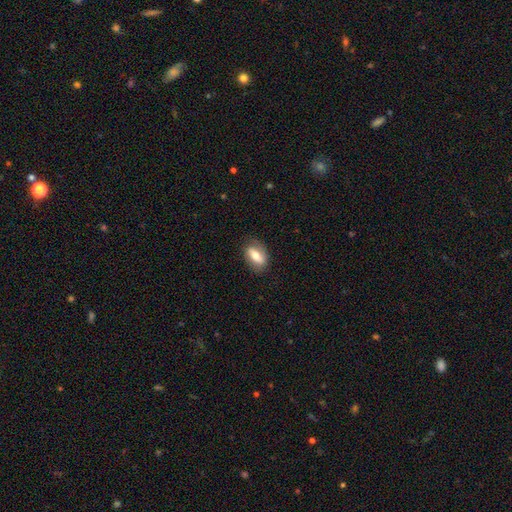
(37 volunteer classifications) This appears to be a smooth galaxy with no disk features (49%) that is in between round and cigar-shaped (61%). Merging: none (60%).